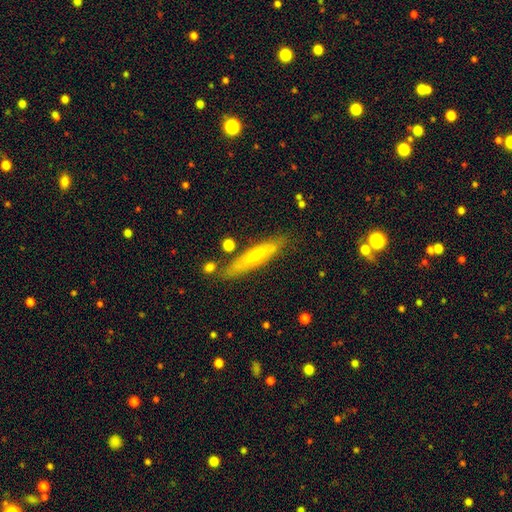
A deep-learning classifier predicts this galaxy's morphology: This is possibly a featured or disk galaxy (52%). It is clearly viewed edge-on (83%). Merging: likely none (79%).